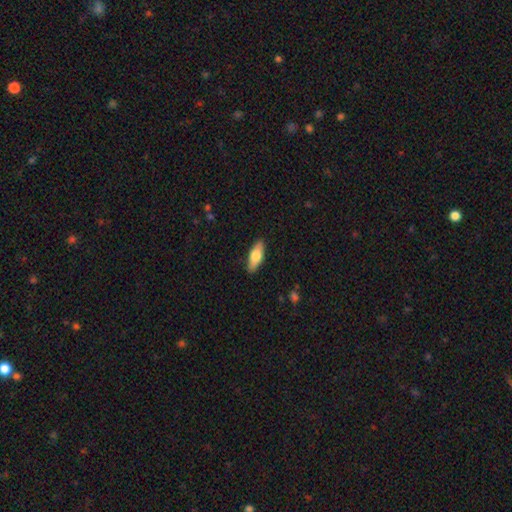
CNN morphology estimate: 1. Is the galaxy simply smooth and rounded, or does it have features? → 68% smooth, 26% featured or disk, 6% star or artifact.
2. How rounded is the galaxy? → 68% in between, 29% cigar-shaped, 3% round.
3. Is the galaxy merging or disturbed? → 89% none, 8% minor disturbance, 2% major disturbance, 1% merger.